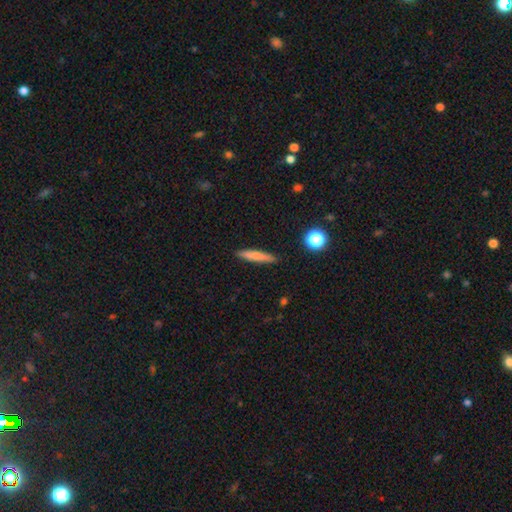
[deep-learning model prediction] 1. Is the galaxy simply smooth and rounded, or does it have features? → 76% smooth, 16% featured or disk, 8% star or artifact.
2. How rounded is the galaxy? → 91% cigar-shaped, 8% in between, 2% round.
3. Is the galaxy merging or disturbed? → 90% none, 7% minor disturbance, 2% major disturbance, 1% merger.